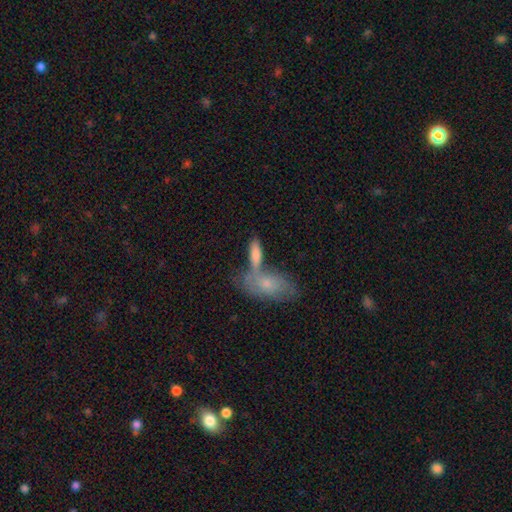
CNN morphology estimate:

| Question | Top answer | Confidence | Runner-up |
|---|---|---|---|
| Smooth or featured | smooth | 50% | featured or disk (34%) |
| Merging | none | 50% | merger (33%) |